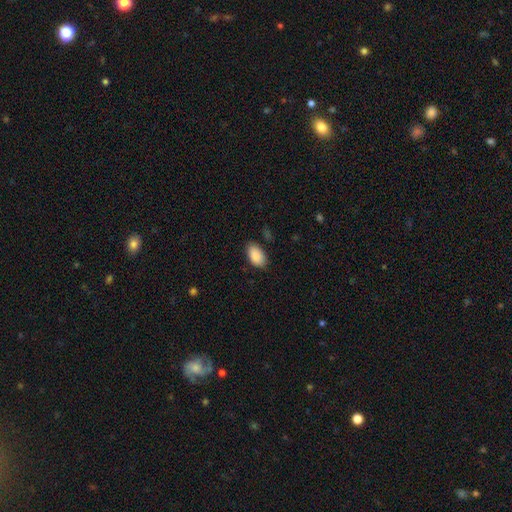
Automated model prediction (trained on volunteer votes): Overall: smooth (90%). How rounded: in between (94%). Merging: none (82%).